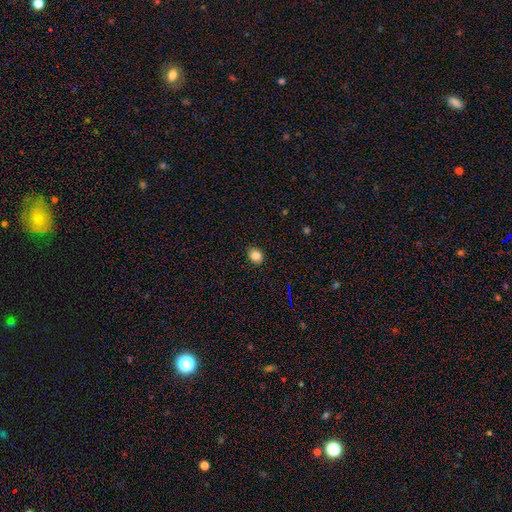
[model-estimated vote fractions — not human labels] Smooth or featured: smooth — 83% (star or artifact — 11%)
How rounded: round — 54% (in between — 45%)
Merging: none — 87% (minor disturbance — 10%)